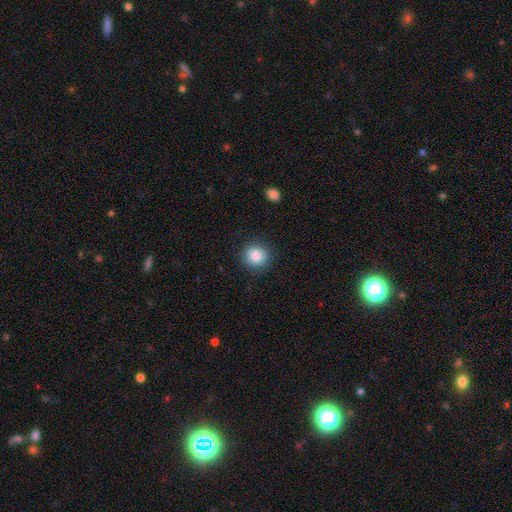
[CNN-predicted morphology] Smooth or featured? Predicted: smooth (p=0.85). How rounded? Predicted: round (p=0.91). Merging? Predicted: none (p=0.90).